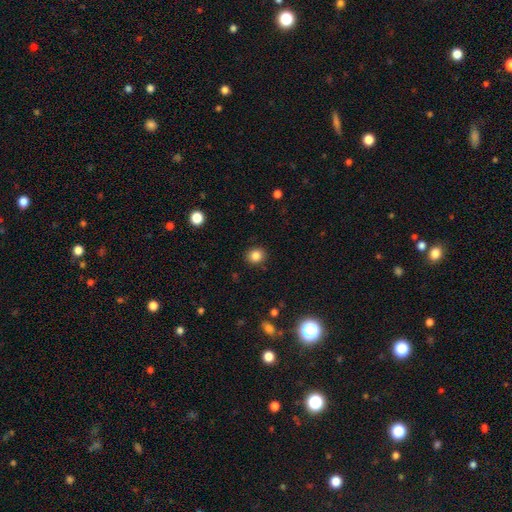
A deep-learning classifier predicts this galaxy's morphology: type=smooth (85%); roundness=round (77%); merging=none (89%).